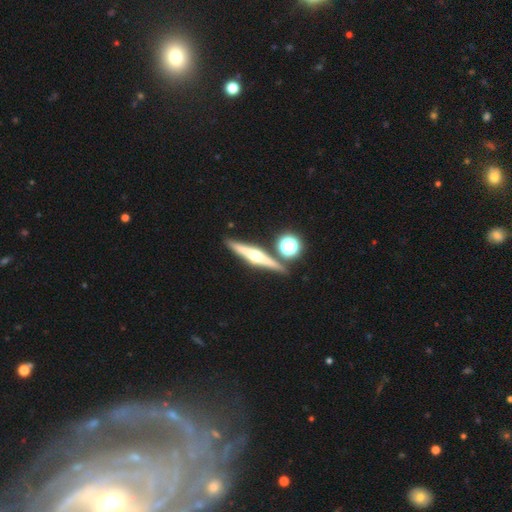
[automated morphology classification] Q: Smooth or featured?
A: featured or disk (71%); runner-up: smooth (20%)
Q: Edge-on disk?
A: yes (97%); runner-up: no (3%)
Q: Edge-on bulge?
A: rounded (93%); runner-up: boxy (4%)
Q: Merging?
A: none (83%); runner-up: merger (7%)